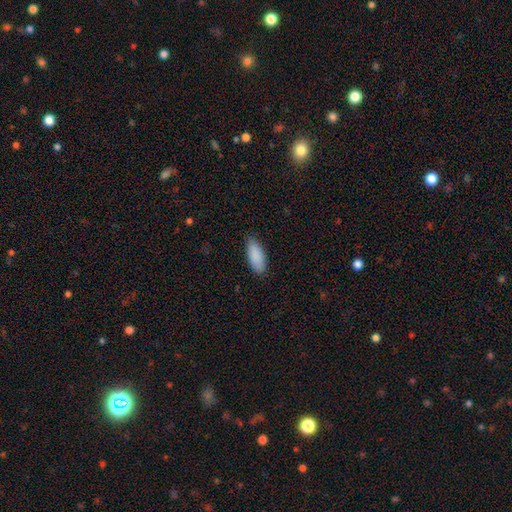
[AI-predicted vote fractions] Q: Smooth or featured?
A: smooth (90%); runner-up: star or artifact (6%)
Q: How rounded?
A: in between (81%); runner-up: cigar-shaped (17%)
Q: Merging?
A: none (86%); runner-up: minor disturbance (11%)